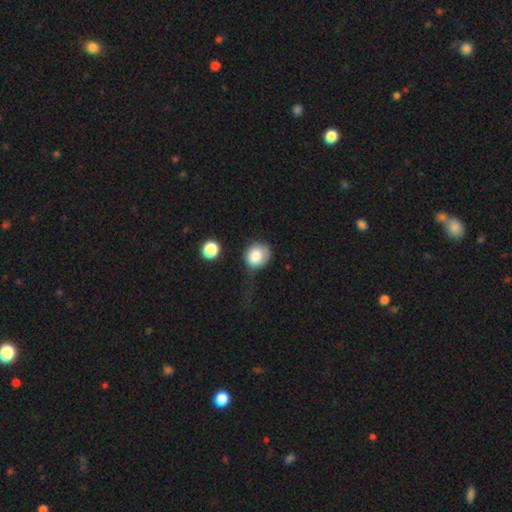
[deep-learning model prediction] Q: Smooth or featured?
A: smooth (82%); runner-up: featured or disk (9%)
Q: How rounded?
A: round (81%); runner-up: in between (18%)
Q: Merging?
A: none (47%); runner-up: minor disturbance (29%)